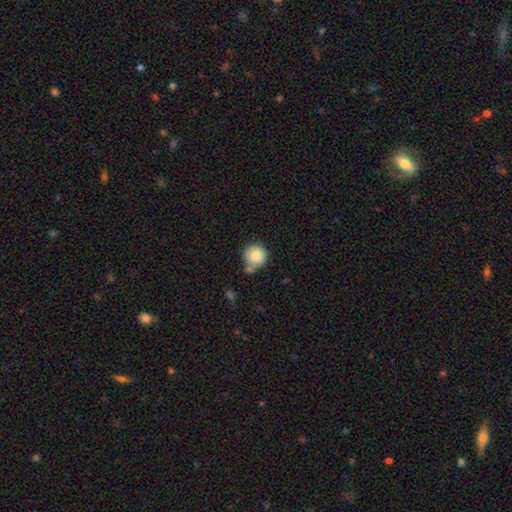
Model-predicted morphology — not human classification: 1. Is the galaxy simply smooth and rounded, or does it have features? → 82% smooth, 10% featured or disk, 8% star or artifact.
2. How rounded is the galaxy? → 94% round, 5% in between, 1% cigar-shaped.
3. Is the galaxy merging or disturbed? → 66% none, 16% minor disturbance, 15% merger, 4% major disturbance.